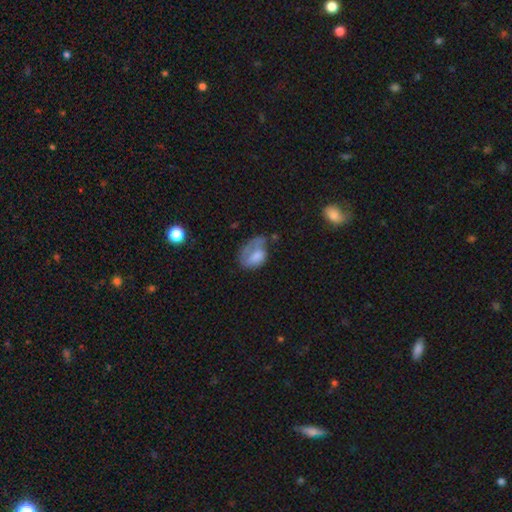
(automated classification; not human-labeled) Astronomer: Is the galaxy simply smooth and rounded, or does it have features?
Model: smooth — 58% (runner-up: featured or disk, 34%).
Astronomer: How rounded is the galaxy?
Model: in between — 79%.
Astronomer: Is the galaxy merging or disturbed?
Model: major disturbance — 40% (runner-up: minor disturbance, 29%).